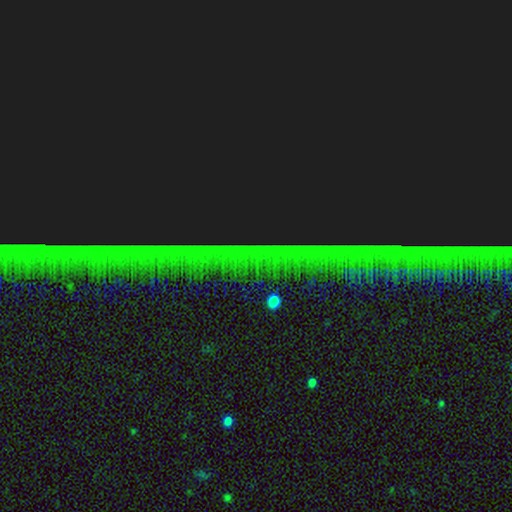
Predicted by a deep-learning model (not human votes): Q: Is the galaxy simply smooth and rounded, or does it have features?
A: star or artifact — 86%.